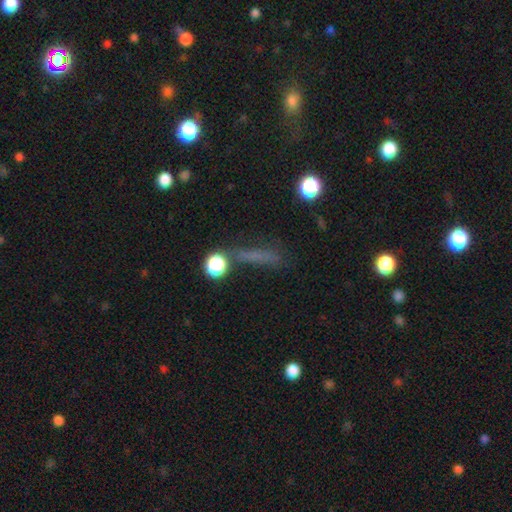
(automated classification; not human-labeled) This appears to be a smooth galaxy with no disk features (55%) that is cigar-shaped (71%). Merging: none (68%).